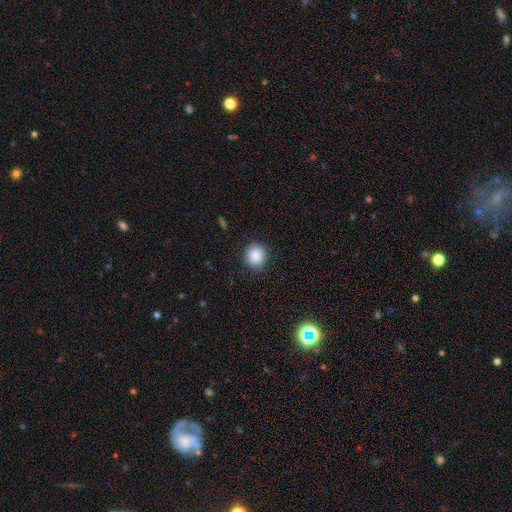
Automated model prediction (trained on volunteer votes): A smooth galaxy with no disk features (87%) that is round (82%). Merging: none (88%).